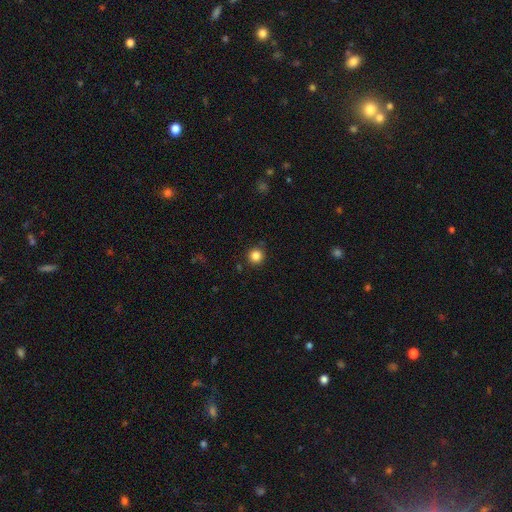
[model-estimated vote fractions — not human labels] This appears to be a smooth galaxy with no disk features (85%) that is round (95%). Merging: none (91%).